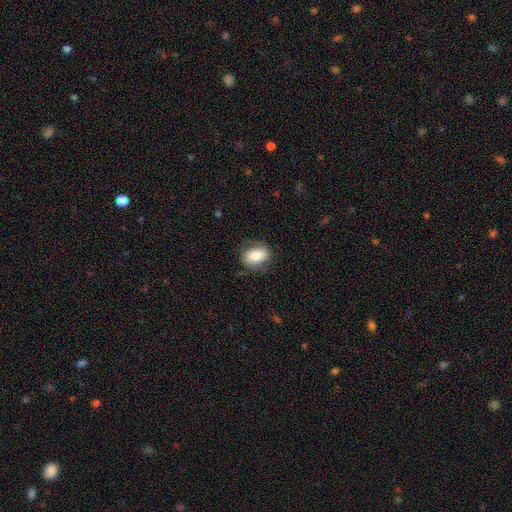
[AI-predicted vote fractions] This is likely a smooth galaxy (75%). How rounded: likely in between (77%). Merging: likely none (76%).